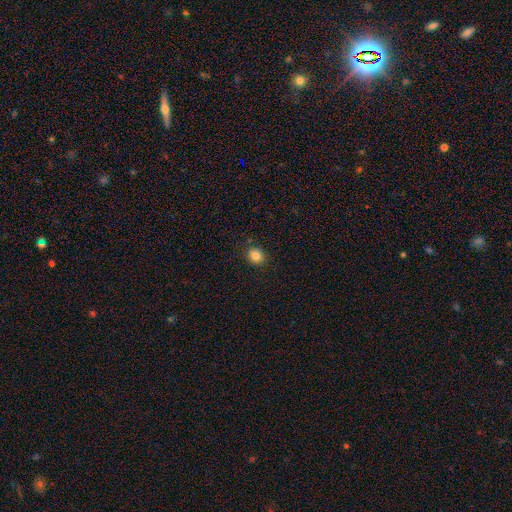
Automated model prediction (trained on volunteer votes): smooth_or_featured: smooth (p=0.84) [alt: star or artifact p=0.11]
how_rounded: round (p=0.65) [alt: in between p=0.34]
merging: none (p=0.86) [alt: minor disturbance p=0.10]